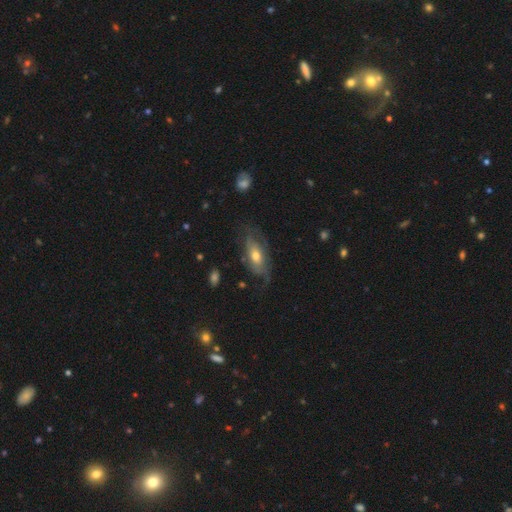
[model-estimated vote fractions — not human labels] Smooth or featured? Predicted: featured or disk (p=0.59). Edge-on disk? Predicted: no (p=0.86). Bar? Predicted: no (p=0.72). Spiral arms? Predicted: yes (p=0.71). Bulge size? Predicted: moderate (p=0.66). Merging? Predicted: none (p=0.55).